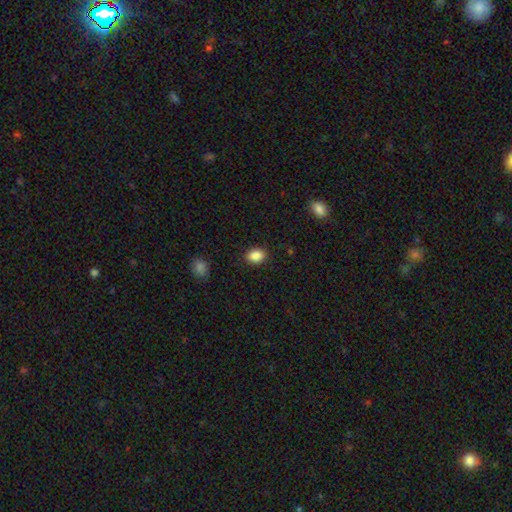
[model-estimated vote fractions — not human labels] smooth 88%, star or artifact 9%, featured or disk 4%. Down the decision tree: how rounded — in between (75%); merging — none (88%).